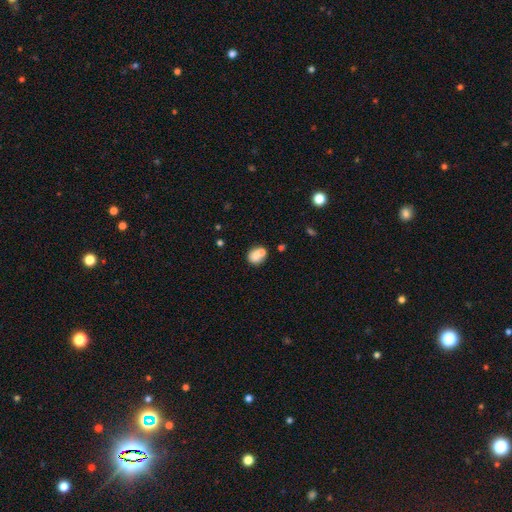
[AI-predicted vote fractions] smooth-or-featured: smooth: 75% | featured or disk: 15% | star or artifact: 10%
  how-rounded: round: 56% | in between: 43% | cigar-shaped: 1%
  merging: none: 40% | merger: 39% | minor disturbance: 14% | major disturbance: 6%